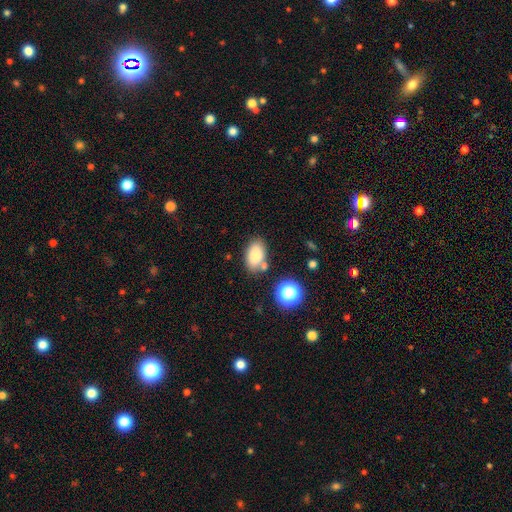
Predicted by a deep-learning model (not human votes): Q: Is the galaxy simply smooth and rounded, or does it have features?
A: smooth — 84%.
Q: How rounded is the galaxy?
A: in between — 90%.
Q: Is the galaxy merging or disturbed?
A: none — 70%.